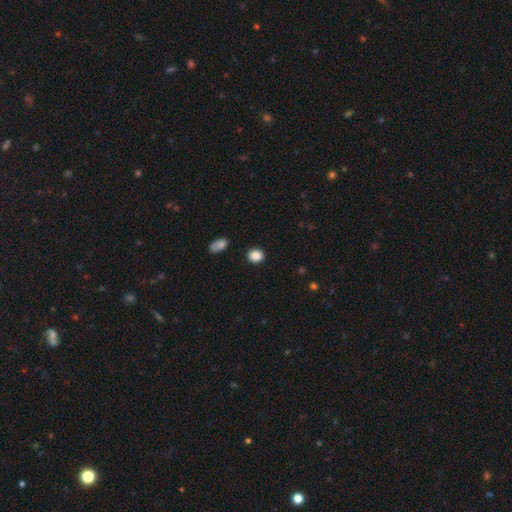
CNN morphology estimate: Smooth or featured: smooth — 87% (star or artifact — 9%)
How rounded: round — 74% (in between — 25%)
Merging: none — 89% (minor disturbance — 7%)